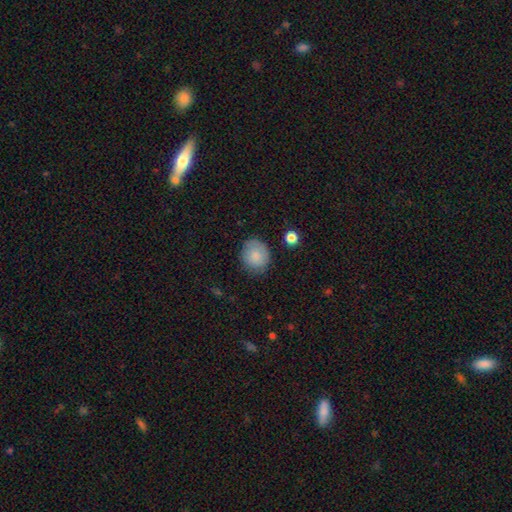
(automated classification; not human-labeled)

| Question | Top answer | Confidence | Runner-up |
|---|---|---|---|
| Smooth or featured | smooth | 83% | featured or disk (10%) |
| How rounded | round | 67% | in between (32%) |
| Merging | none | 75% | minor disturbance (19%) |